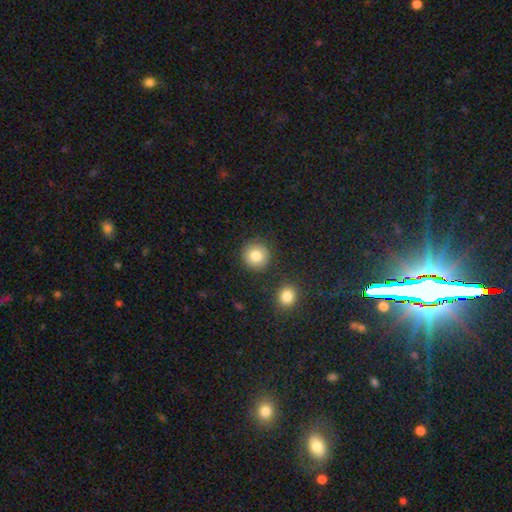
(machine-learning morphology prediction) Q: Smooth or featured?
A: smooth (84%); runner-up: star or artifact (9%)
Q: How rounded?
A: round (93%); runner-up: in between (6%)
Q: Merging?
A: none (86%); runner-up: minor disturbance (7%)